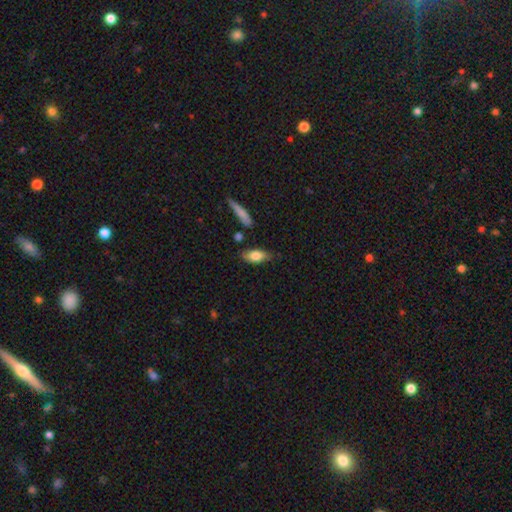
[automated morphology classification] A smooth galaxy with no disk features (76%) that is in between round and cigar-shaped (80%).

Vote fractions:
- Smooth or featured? smooth: 76% / featured or disk: 18% / star or artifact: 6%
- How rounded? in between: 80% / cigar-shaped: 17% / round: 3%
- Merging? none: 75% / minor disturbance: 16% / merger: 5% / major disturbance: 3%